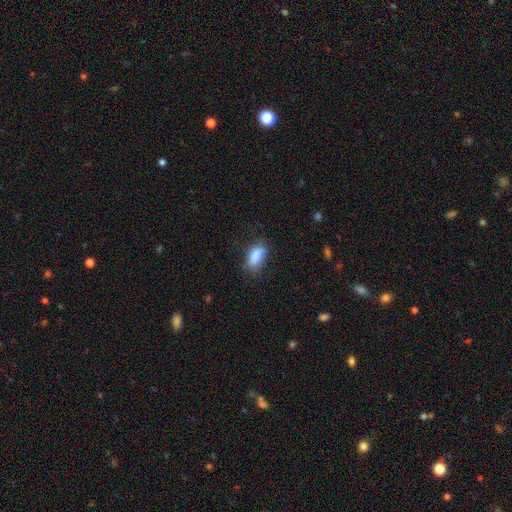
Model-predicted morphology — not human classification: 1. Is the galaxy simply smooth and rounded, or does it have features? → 82% smooth, 9% star or artifact, 9% featured or disk.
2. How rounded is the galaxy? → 87% in between, 8% cigar-shaped, 5% round.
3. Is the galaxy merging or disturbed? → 54% none, 31% minor disturbance, 13% major disturbance, 3% merger.